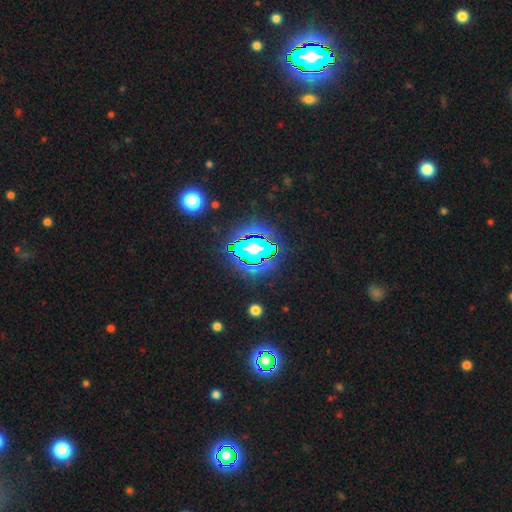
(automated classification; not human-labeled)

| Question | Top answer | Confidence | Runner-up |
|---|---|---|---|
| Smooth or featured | star or artifact | 76% | smooth (14%) |